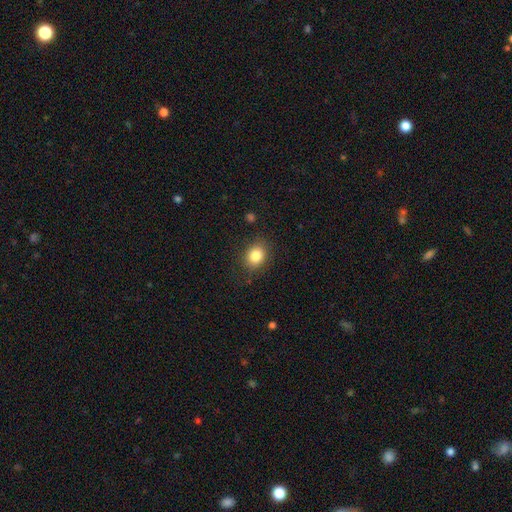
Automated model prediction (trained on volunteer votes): A smooth galaxy with no disk features (84%) that is round (52%). Merging: none (84%).